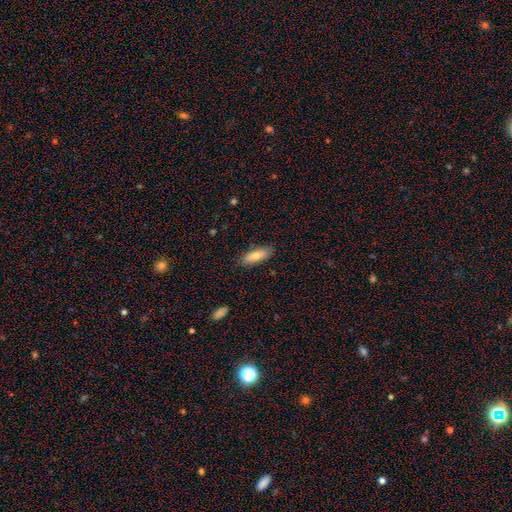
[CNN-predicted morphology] This is likely a smooth galaxy (75%). How rounded: likely in between (66%). Merging: clearly none (86%).